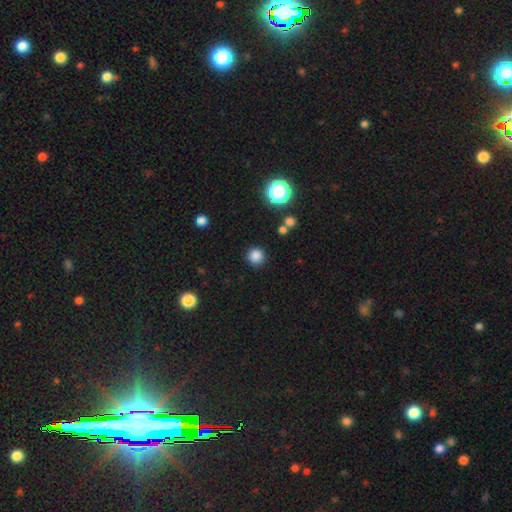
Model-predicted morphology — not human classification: Q: Smooth or featured?
A: smooth (83%); runner-up: star or artifact (13%)
Q: How rounded?
A: round (93%); runner-up: in between (6%)
Q: Merging?
A: none (88%); runner-up: minor disturbance (7%)